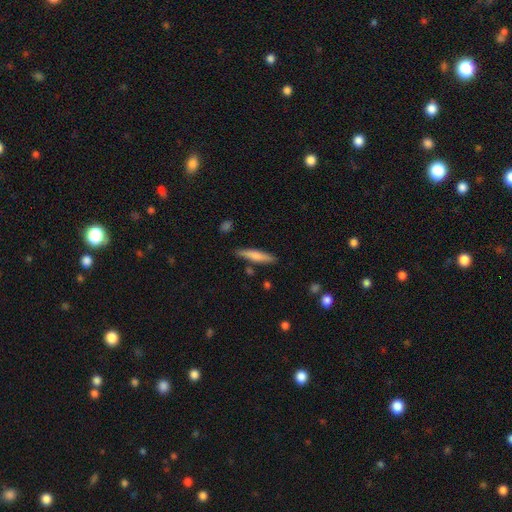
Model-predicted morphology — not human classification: The model was most divided on "smooth or featured": smooth: 70%, featured or disk: 25%, star or artifact: 6%. More confident: how rounded — cigar-shaped (86%); merging — none (82%).